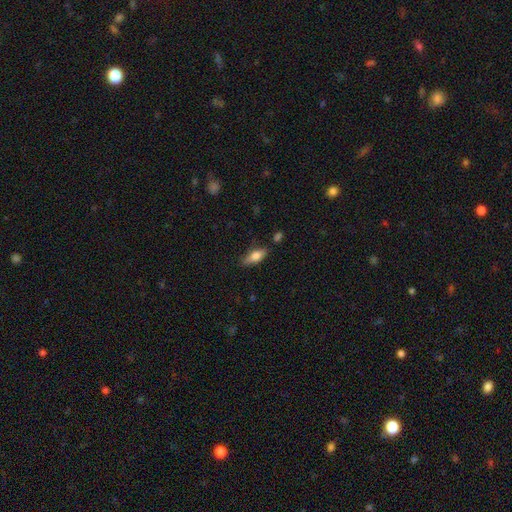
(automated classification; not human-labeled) Smooth or featured: smooth — 71% (featured or disk — 22%)
How rounded: in between — 69% (cigar-shaped — 29%)
Merging: none — 76% (minor disturbance — 17%)